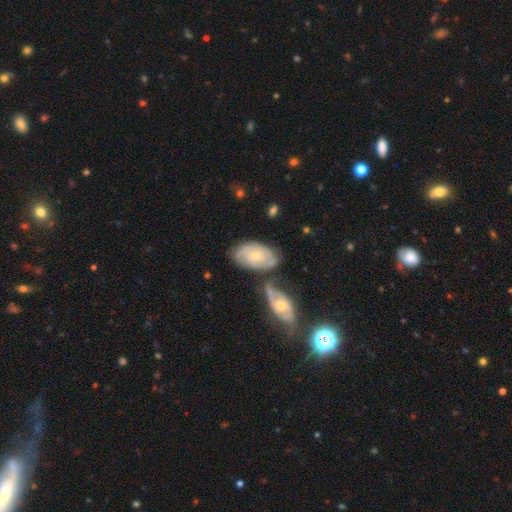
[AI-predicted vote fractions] This is likely a featured or disk galaxy (67%). It is clearly not viewed edge-on (93%). Bar: likely no (71%). Spiral arm pattern: clearly yes (84%). Spiral arm count: marginally 2 (40%). Spiral winding: possibly tight (57%). Central bulge: possibly small (54%). Merging: possibly none (51%).